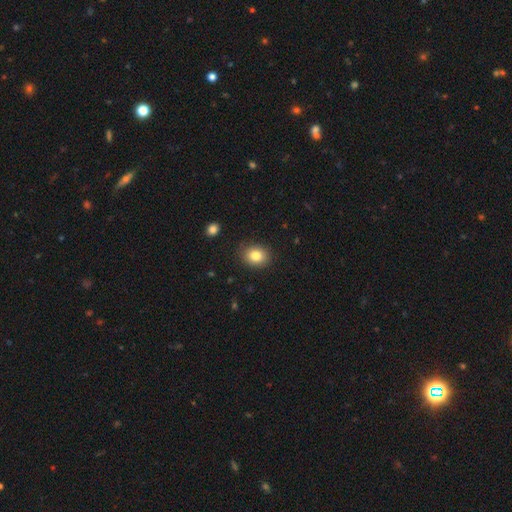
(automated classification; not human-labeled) This is clearly a smooth galaxy (83%). How rounded: possibly round (53%). Merging: clearly none (87%).